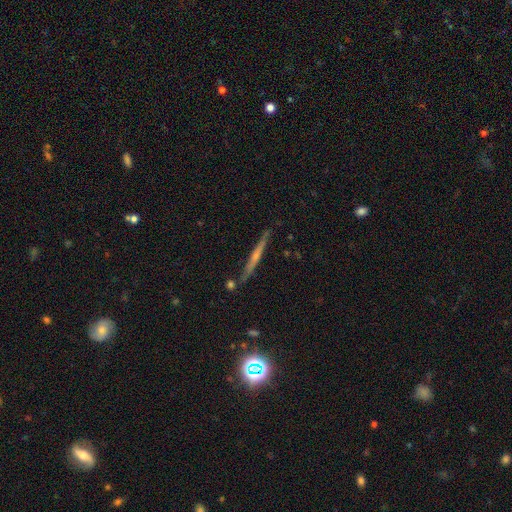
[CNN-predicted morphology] featured or disk 65%, smooth 27%, star or artifact 8%. Down the decision tree: edge-on disk — yes (97%); edge-on bulge — none (46%, tied with rounded); merging — none (86%).